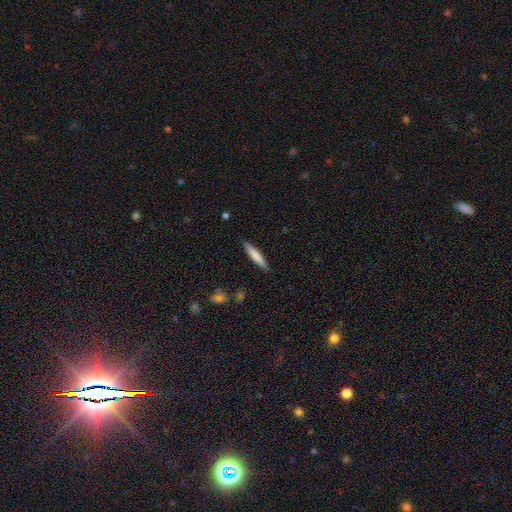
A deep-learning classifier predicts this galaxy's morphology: smooth_or_featured: smooth (p=0.76) [alt: featured or disk p=0.18]
how_rounded: cigar-shaped (p=0.90) [alt: in between p=0.09]
merging: none (p=0.89) [alt: minor disturbance p=0.08]